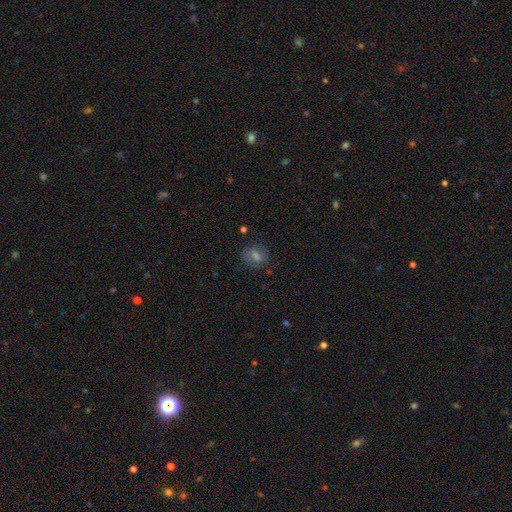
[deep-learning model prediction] Morphology: type=smooth (55%); roundness=round (62%); merging=none (79%).